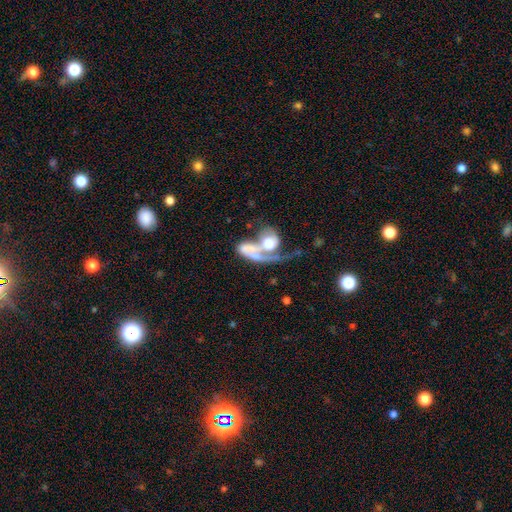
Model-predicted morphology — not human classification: This appears to be a featured or disk galaxy (64%) with no bar (72%), spiral arms (64%) and a moderate central bulge (44%). Merging: merger (62%).